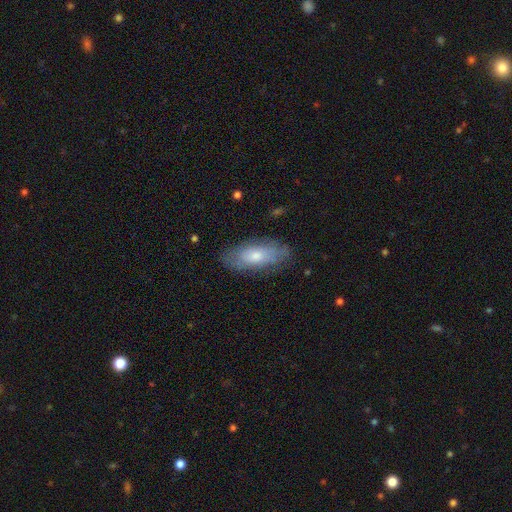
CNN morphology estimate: type=smooth (59%); roundness=in between (79%); merging=none (78%).